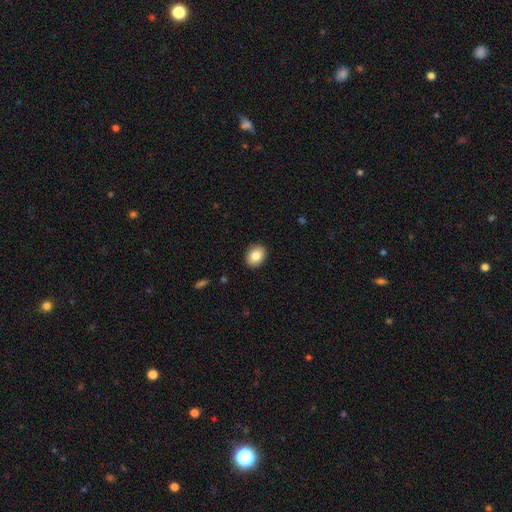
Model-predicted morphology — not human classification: smooth-or-featured: smooth: 83% | featured or disk: 9% | star or artifact: 8%
  how-rounded: in between: 57% | round: 42% | cigar-shaped: 1%
  merging: none: 90% | minor disturbance: 7% | major disturbance: 2% | merger: 1%